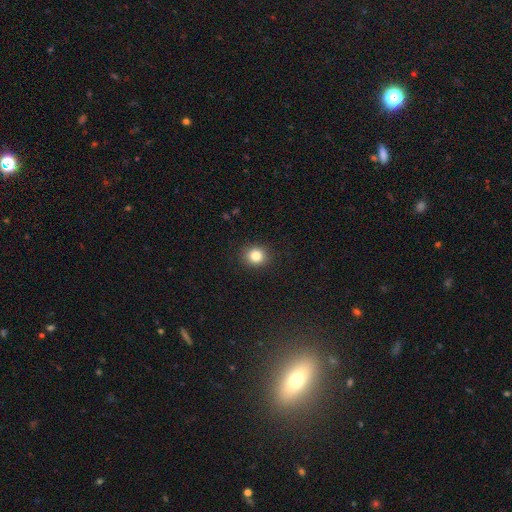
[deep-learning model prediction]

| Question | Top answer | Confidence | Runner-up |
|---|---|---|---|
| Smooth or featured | smooth | 83% | star or artifact (11%) |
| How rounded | round | 80% | in between (19%) |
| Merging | none | 91% | minor disturbance (6%) |